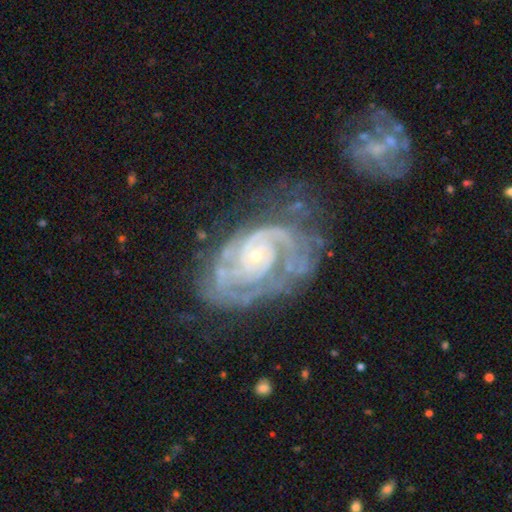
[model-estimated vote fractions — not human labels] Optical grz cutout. It shows a featured or disk galaxy (88%) with no bar (74%), 2 (41%) tight (69%) spiral arms (96%) and a small central bulge (79%). Merging: none (45%).